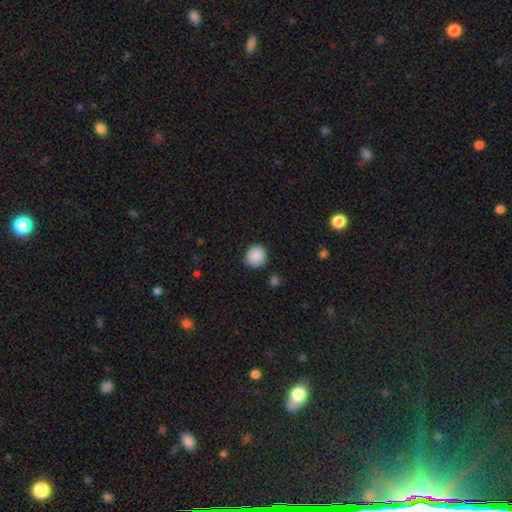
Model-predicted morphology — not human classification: type=smooth (89%); roundness=round (80%); merging=none (87%).